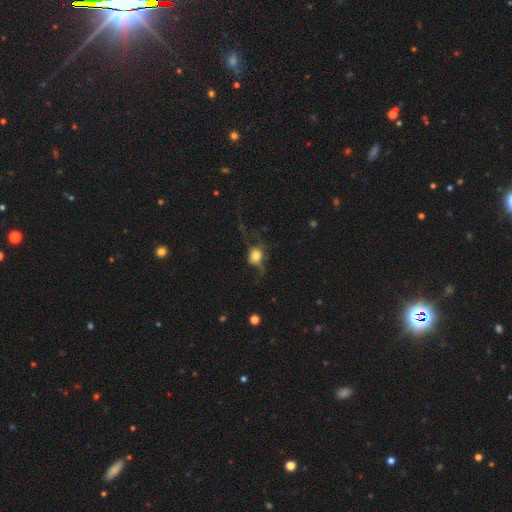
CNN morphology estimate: This is possibly a smooth galaxy (58%). How rounded: likely round (69%). Merging: marginally major disturbance (39%).